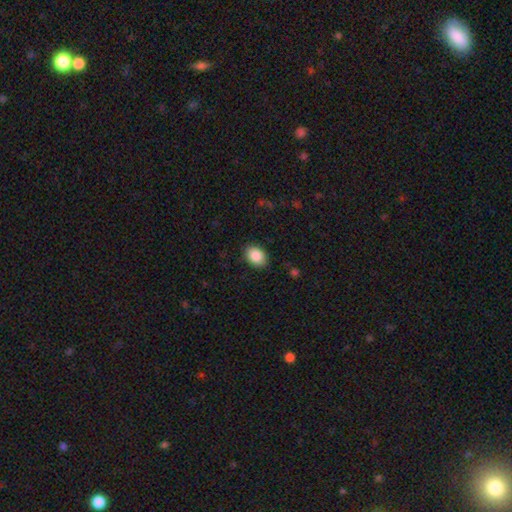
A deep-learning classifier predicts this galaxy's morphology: smooth-or-featured: smooth: 88% | star or artifact: 7% | featured or disk: 5%
  how-rounded: in between: 73% | round: 26% | cigar-shaped: 1%
  merging: none: 88% | minor disturbance: 9% | major disturbance: 2% | merger: 1%